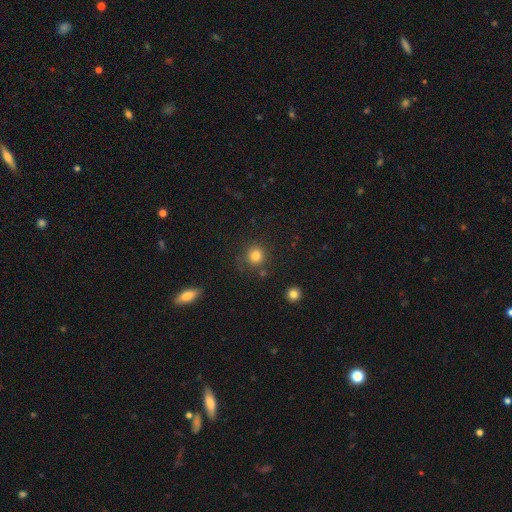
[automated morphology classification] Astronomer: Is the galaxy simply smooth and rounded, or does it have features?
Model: smooth — 80%.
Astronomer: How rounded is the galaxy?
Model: round — 91%.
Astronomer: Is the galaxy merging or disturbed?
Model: none — 81%.